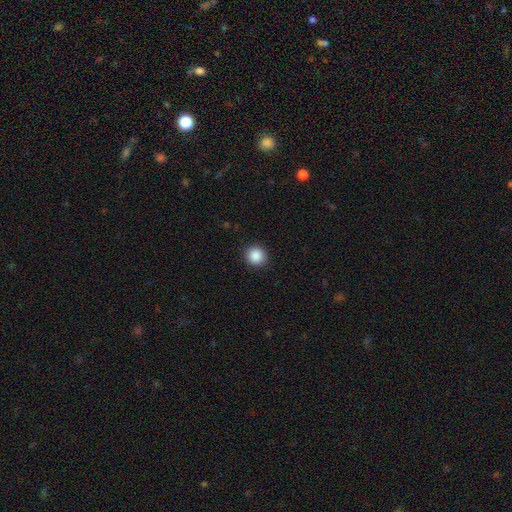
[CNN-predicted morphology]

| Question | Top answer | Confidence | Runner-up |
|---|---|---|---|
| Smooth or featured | smooth | 88% | star or artifact (9%) |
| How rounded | round | 90% | in between (9%) |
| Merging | none | 91% | minor disturbance (6%) |